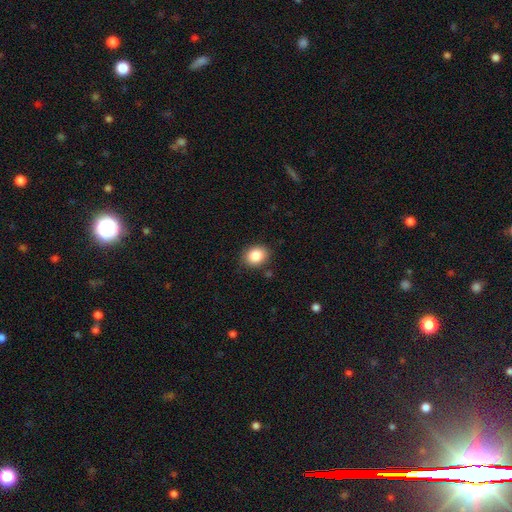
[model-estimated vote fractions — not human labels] The model was most divided on "how rounded": round: 52%, in between: 47%, cigar-shaped: 1%. More confident: smooth or featured — smooth (87%); merging — none (84%).